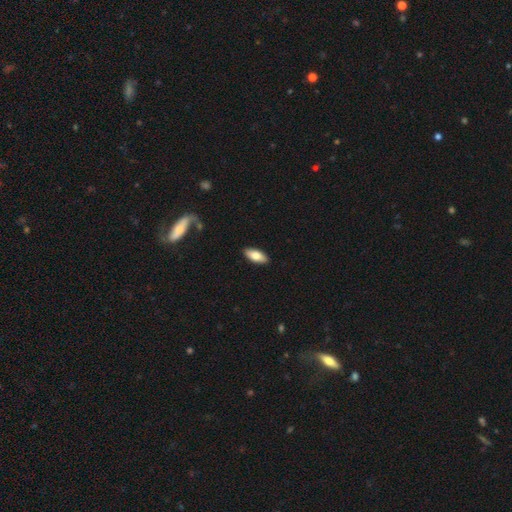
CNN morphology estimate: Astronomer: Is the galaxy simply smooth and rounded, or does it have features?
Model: smooth — 79%.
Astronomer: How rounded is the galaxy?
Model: in between — 84%.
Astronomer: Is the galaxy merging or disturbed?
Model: none — 90%.